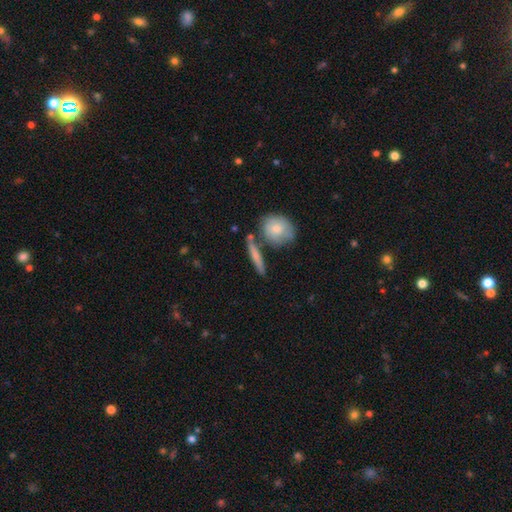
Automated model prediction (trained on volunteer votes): smooth 65%, featured or disk 29%, star or artifact 6%. Down the decision tree: how rounded — cigar-shaped (78%); merging — none (72%).